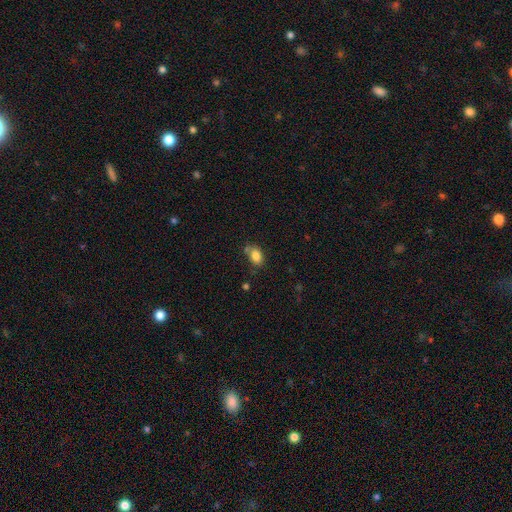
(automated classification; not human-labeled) This appears to be a smooth galaxy with no disk features (83%) that is in between round and cigar-shaped (79%). Merging: none (59%).